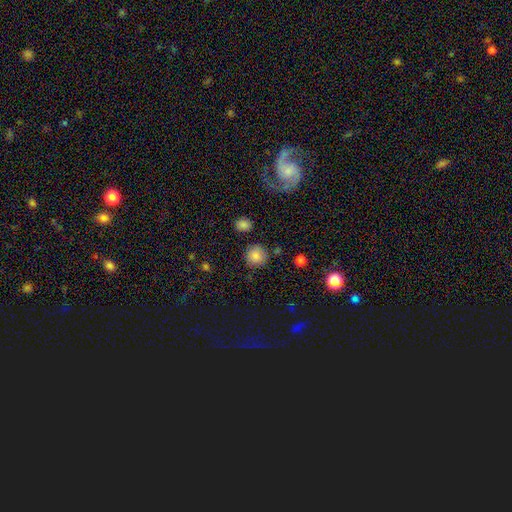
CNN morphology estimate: This is clearly a smooth galaxy (83%). How rounded: clearly round (93%). Merging: clearly none (85%).